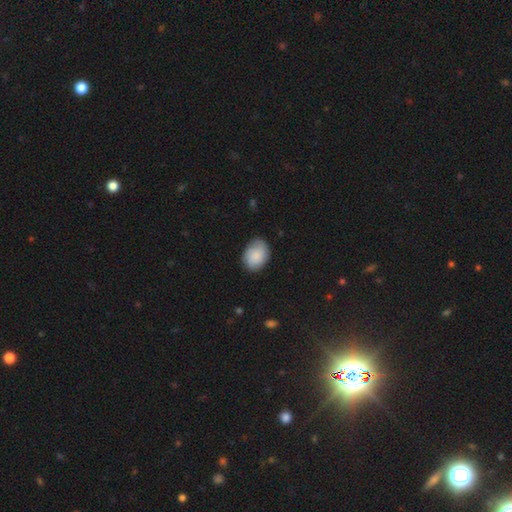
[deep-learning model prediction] Smooth or featured? smooth (86%)
How rounded? in between (70%)
Merging? none (77%)